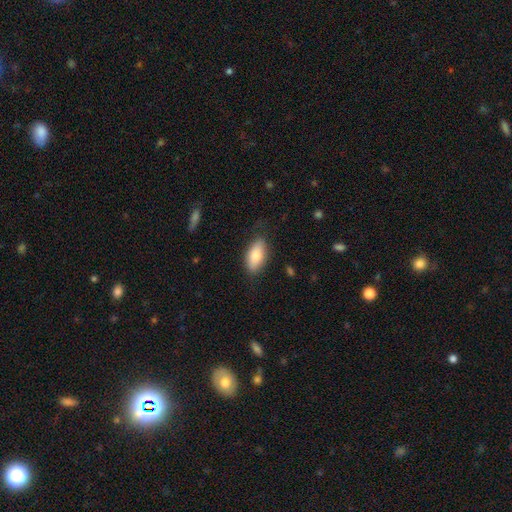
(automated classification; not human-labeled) Smooth or featured? smooth (78%)
How rounded? in between (90%)
Merging? none (80%)